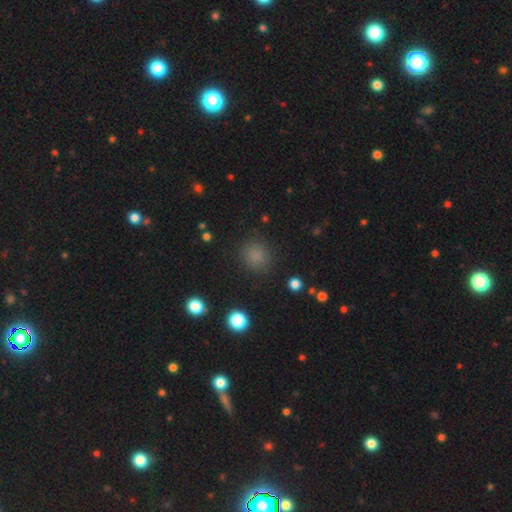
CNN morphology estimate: Smooth or featured? Predicted: smooth (p=0.81). How rounded? Predicted: round (p=0.87). Merging? Predicted: none (p=0.87).